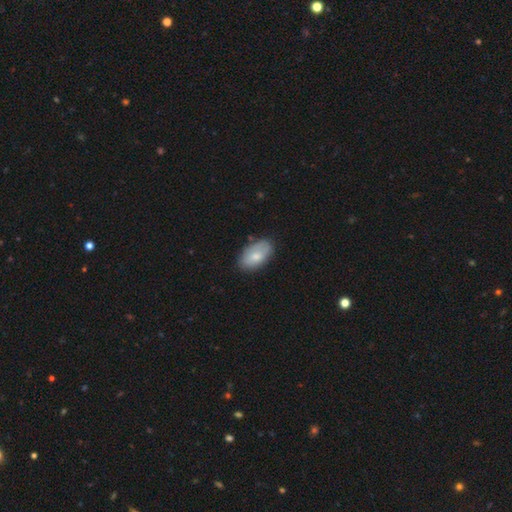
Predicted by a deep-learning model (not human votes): This is likely a smooth galaxy (76%). How rounded: clearly in between (94%). Merging: likely none (75%).